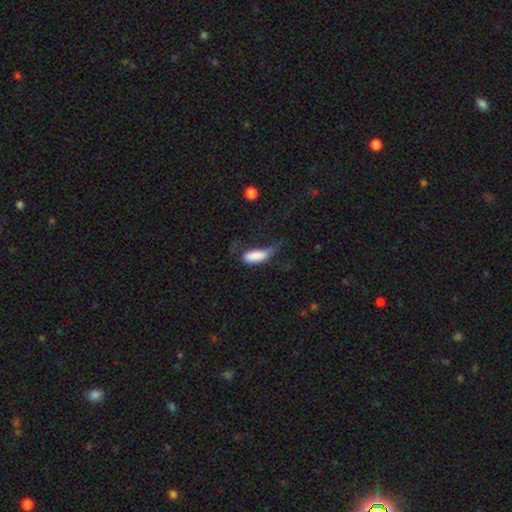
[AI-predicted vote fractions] Smooth or featured: smooth — 80% (featured or disk — 13%)
How rounded: in between — 66% (cigar-shaped — 32%)
Merging: major disturbance — 40% (minor disturbance — 30%)